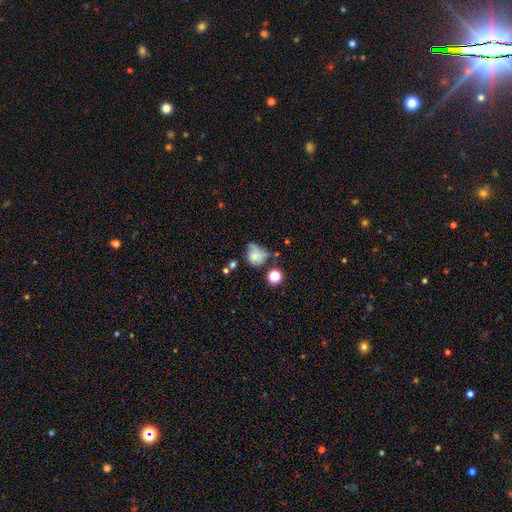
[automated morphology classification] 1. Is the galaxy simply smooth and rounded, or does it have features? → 67% smooth, 20% featured or disk, 13% star or artifact.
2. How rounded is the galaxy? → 55% round, 43% in between, 1% cigar-shaped.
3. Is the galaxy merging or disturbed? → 31% none, 30% minor disturbance, 23% major disturbance, 16% merger.